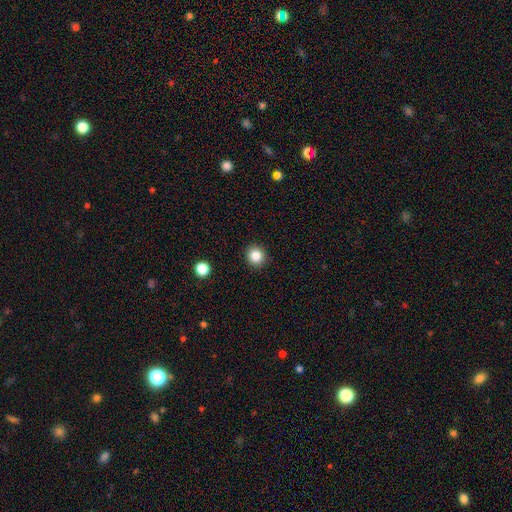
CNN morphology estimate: Smooth or featured: smooth — 83% (star or artifact — 11%)
How rounded: round — 90% (in between — 9%)
Merging: none — 92% (minor disturbance — 5%)